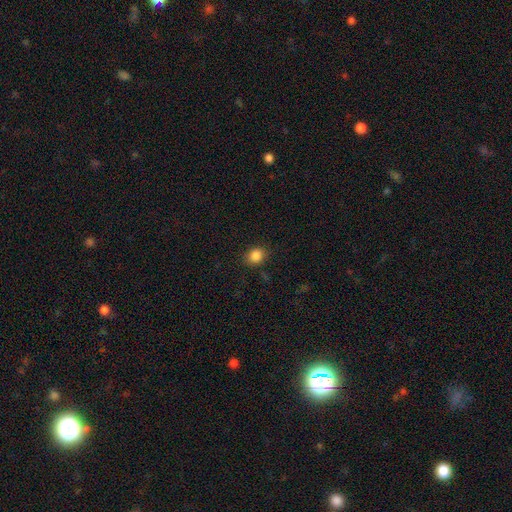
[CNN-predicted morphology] smooth_or_featured: smooth (p=0.86) [alt: star or artifact p=0.10]
how_rounded: round (p=0.60) [alt: in between p=0.39]
merging: none (p=0.86) [alt: minor disturbance p=0.10]